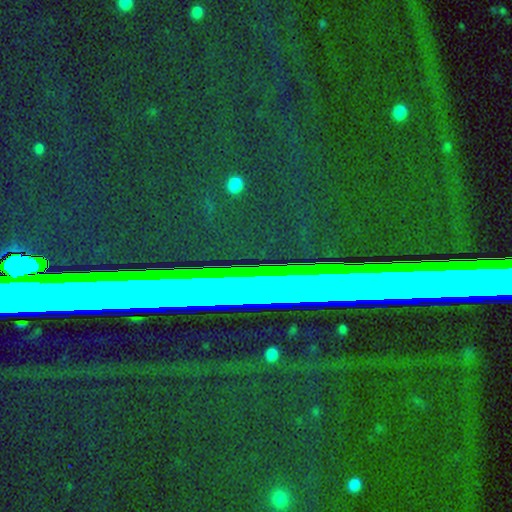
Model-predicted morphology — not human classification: Smooth or featured? Predicted: star or artifact (p=0.83).